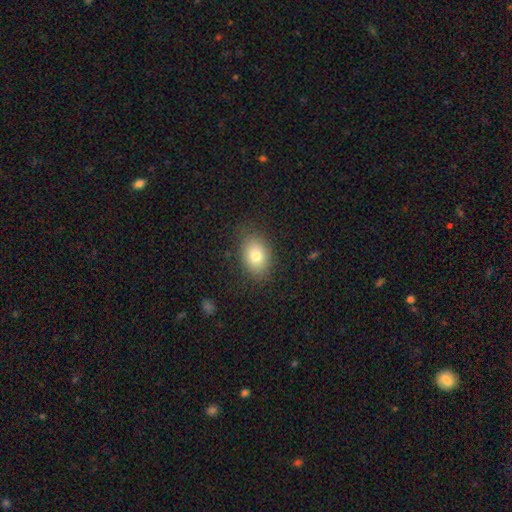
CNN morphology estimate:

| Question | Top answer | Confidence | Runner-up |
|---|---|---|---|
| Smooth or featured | smooth | 79% | featured or disk (12%) |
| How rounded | in between | 77% | round (22%) |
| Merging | none | 83% | minor disturbance (12%) |